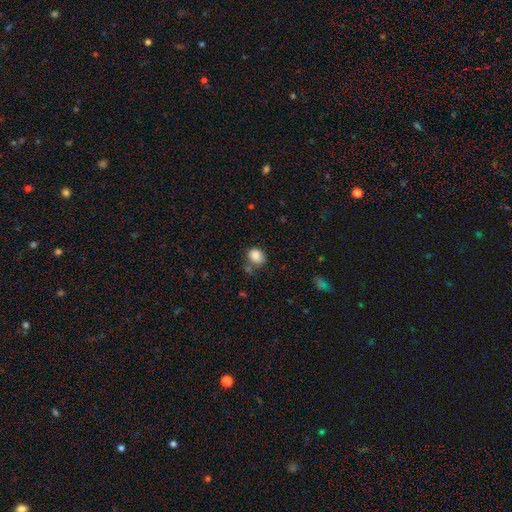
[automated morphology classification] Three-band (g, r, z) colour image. It shows a smooth galaxy with no disk features (85%) that is round (50%). Merging: none (58%).